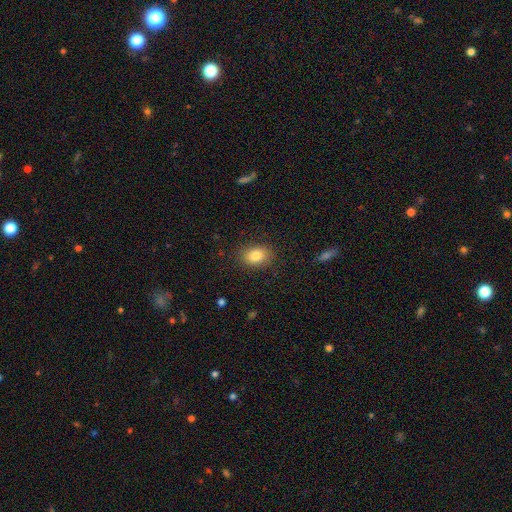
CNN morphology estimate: type=smooth (83%); roundness=in between (72%); merging=none (86%).